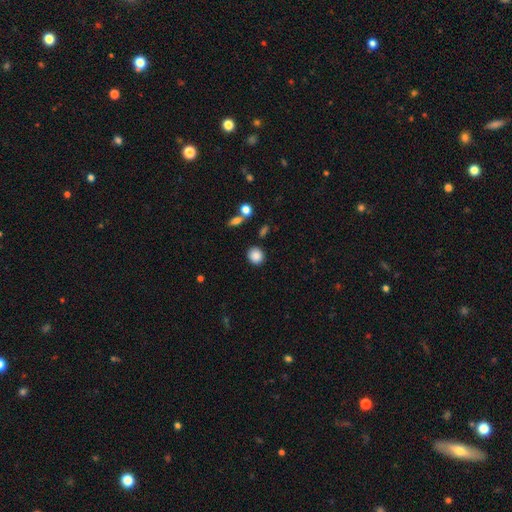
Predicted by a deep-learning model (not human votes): Smooth or featured: smooth — 87% (star or artifact — 9%)
How rounded: round — 81% (in between — 18%)
Merging: none — 85% (minor disturbance — 8%)